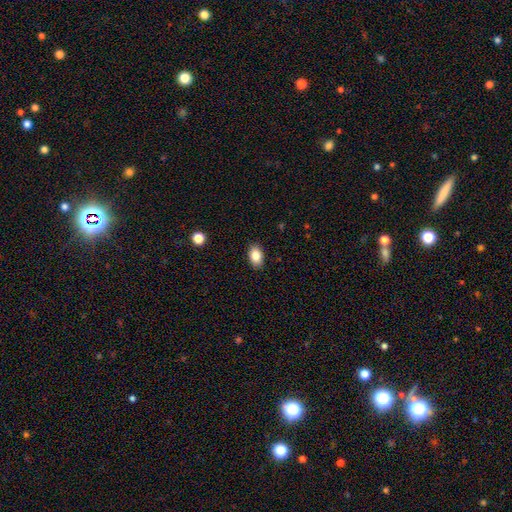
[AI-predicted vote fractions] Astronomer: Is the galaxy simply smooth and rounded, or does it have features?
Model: smooth — 85%.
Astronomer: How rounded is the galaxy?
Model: in between — 88%.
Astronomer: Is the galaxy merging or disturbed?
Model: none — 89%.